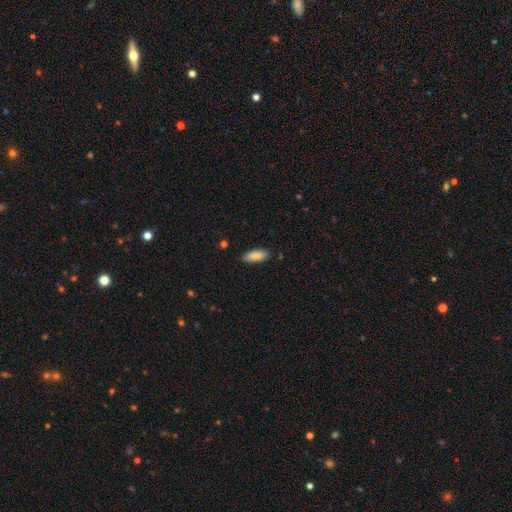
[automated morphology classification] Smooth or featured?
  - smooth: 86% *
  - featured or disk: 8%
  - star or artifact: 6%
How rounded?
  - in between: 80% *
  - cigar-shaped: 19%
  - round: 2%
Merging?
  - none: 86% *
  - minor disturbance: 11%
  - major disturbance: 2%
  - merger: 1%